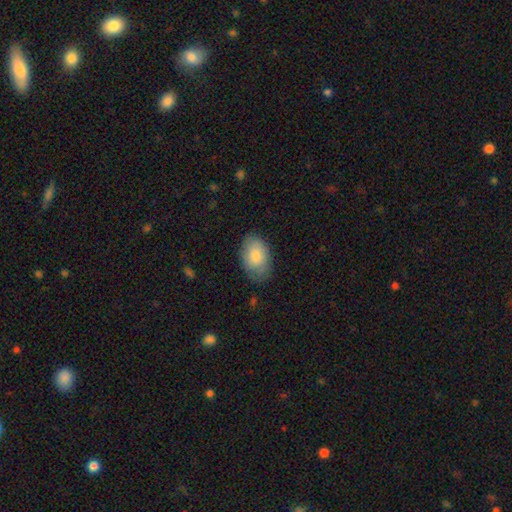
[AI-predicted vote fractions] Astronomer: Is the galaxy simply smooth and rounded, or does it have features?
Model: smooth — 83%.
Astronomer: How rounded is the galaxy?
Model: in between — 88%.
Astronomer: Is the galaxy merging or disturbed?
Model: none — 75%.